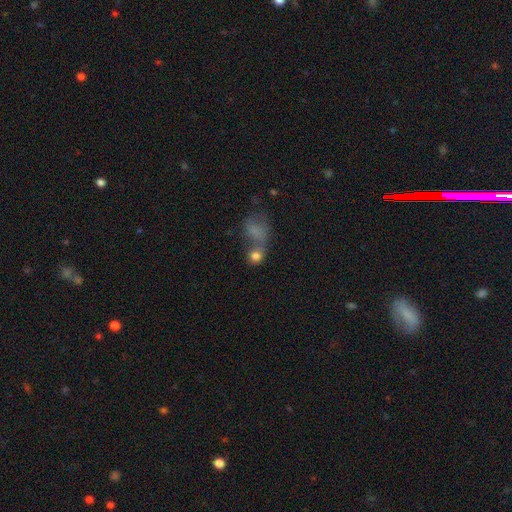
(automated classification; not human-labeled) smooth-or-featured: smooth: 77% | star or artifact: 12% | featured or disk: 11%
  how-rounded: round: 72% | in between: 26% | cigar-shaped: 2%
  merging: merger: 49% | none: 33% | minor disturbance: 9% | major disturbance: 9%